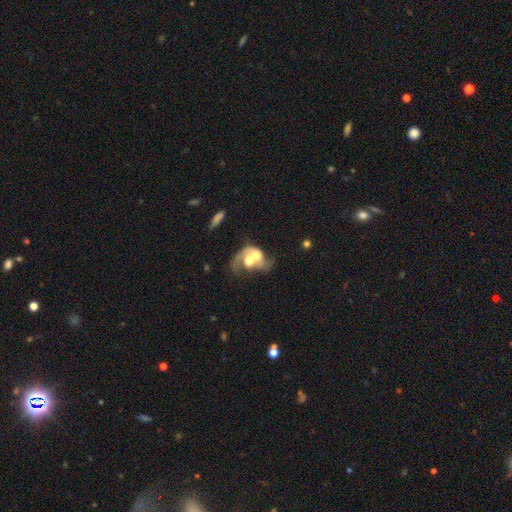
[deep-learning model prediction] The model was most divided on "smooth or featured": featured or disk: 63%, smooth: 30%, star or artifact: 7%. More confident: edge-on disk — no (97%); merging — merger (75%); bar — no (75%); spiral arms — yes (72%); bulge size — moderate (58%).